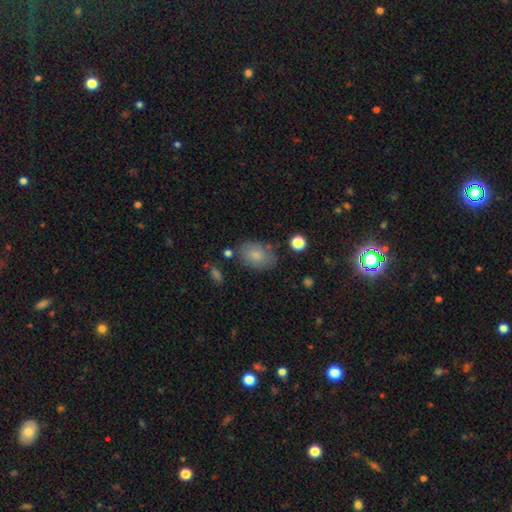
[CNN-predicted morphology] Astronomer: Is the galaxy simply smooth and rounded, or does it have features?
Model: smooth — 82%.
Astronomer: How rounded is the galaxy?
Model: in between — 83%.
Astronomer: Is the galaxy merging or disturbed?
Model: none — 76%.